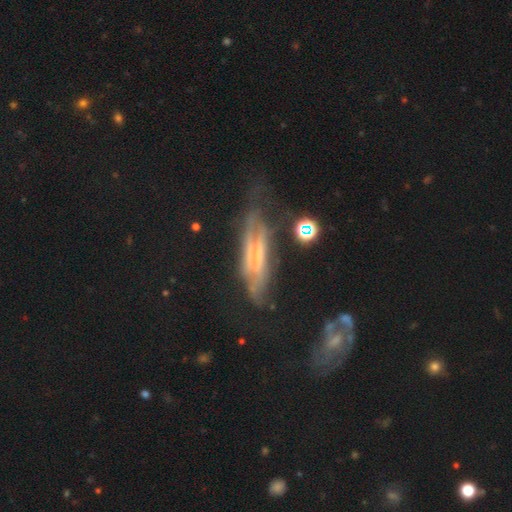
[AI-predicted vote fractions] Smooth or featured?
  - featured or disk: 65% *
  - smooth: 21%
  - star or artifact: 13%
Edge-on disk?
  - yes: 62% *
  - no: 38%
Merging?
  - none: 49% *
  - minor disturbance: 26%
  - major disturbance: 20%
  - merger: 5%